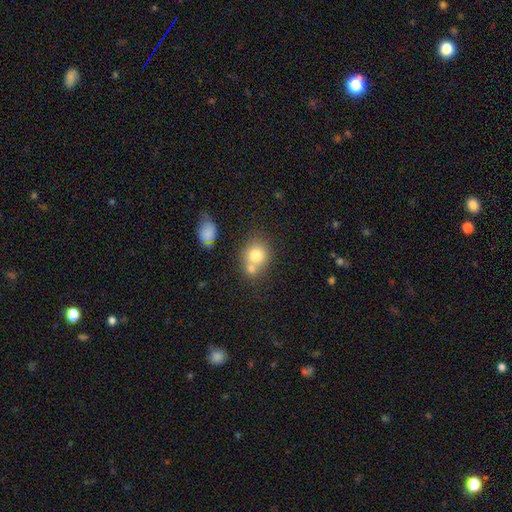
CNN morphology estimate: smooth 76%, featured or disk 14%, star or artifact 10%. Down the decision tree: how rounded — round (73%); merging — none (44%).